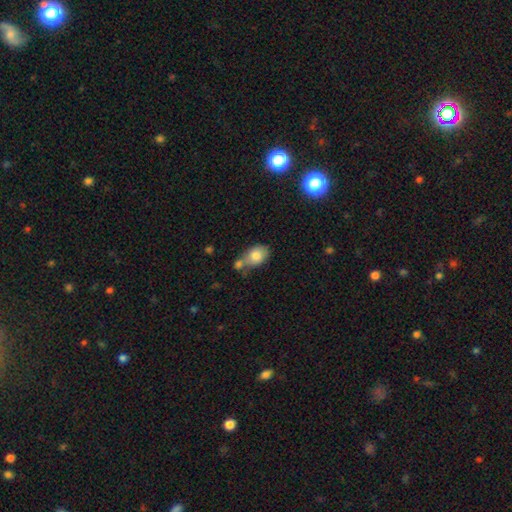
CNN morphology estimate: Overall: smooth (80%). How rounded: in between (75%). Merging: none (37%; merger 36%).